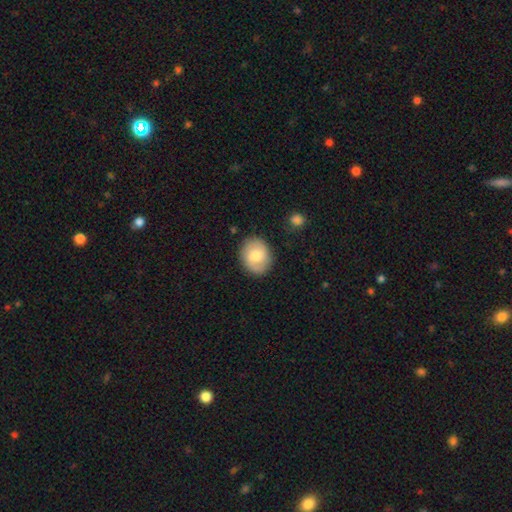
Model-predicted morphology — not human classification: Q: Smooth or featured?
A: smooth (66%); runner-up: featured or disk (27%)
Q: How rounded?
A: round (55%); runner-up: in between (44%)
Q: Merging?
A: none (83%); runner-up: minor disturbance (12%)